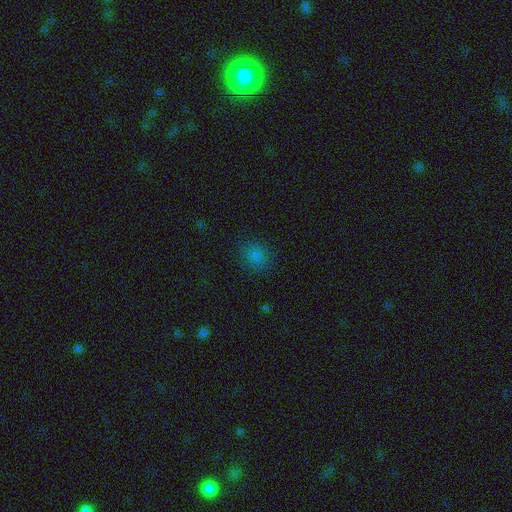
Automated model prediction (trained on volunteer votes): Smooth or featured?
  - smooth: 80% *
  - star or artifact: 15%
  - featured or disk: 4%
How rounded?
  - round: 80% *
  - in between: 19%
  - cigar-shaped: 1%
Merging?
  - none: 86% *
  - minor disturbance: 9%
  - major disturbance: 3%
  - merger: 1%